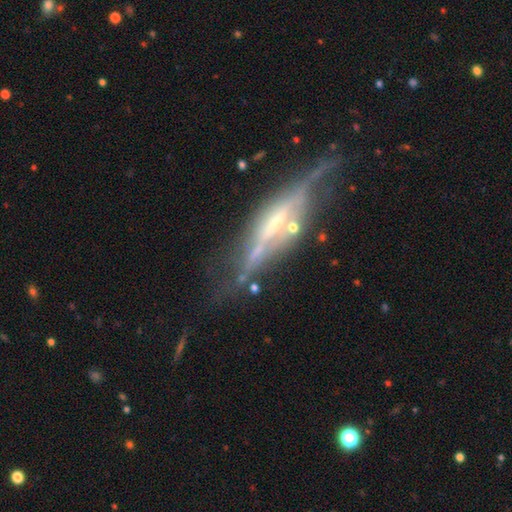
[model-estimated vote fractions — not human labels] A featured or disk galaxy (79%) viewed edge-on (87%) with a rounded central bulge (59%). Merging: none (59%).